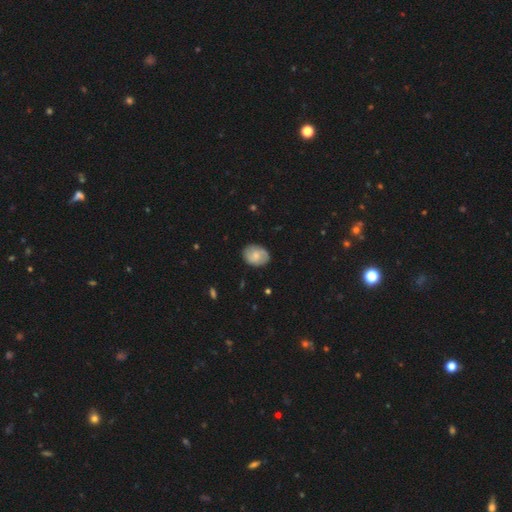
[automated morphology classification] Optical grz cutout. It shows a smooth galaxy with no disk features (63%) that is in between round and cigar-shaped (62%). Merging: none (80%).